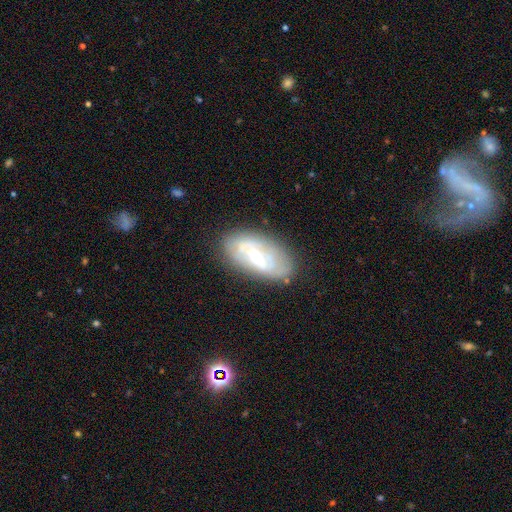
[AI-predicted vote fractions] Overall: featured or disk (65%; smooth 26%). Edge-on disk: no (87%). Bar: strong (58%; weak 32%). Spiral arms: yes (51%; no 49%). Bulge size: moderate (49%; small 31%). Merging: none (72%).